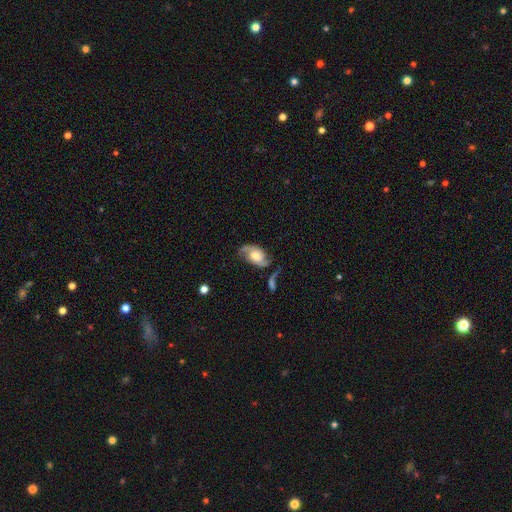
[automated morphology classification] A featured or disk galaxy (76%) with no bar (68%), 2 (89%) loose (48%) spiral arms (93%) and a moderate central bulge (59%). Merging: none (57%).